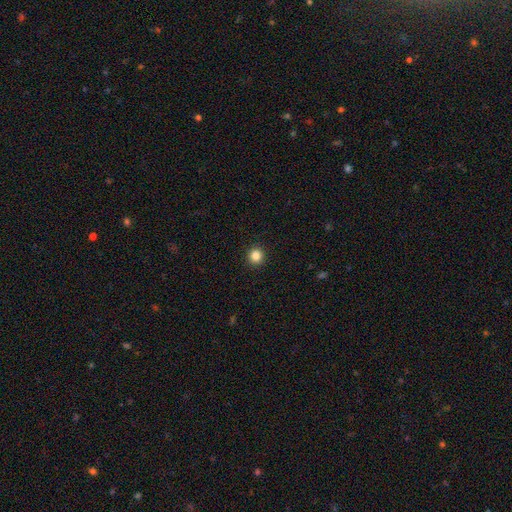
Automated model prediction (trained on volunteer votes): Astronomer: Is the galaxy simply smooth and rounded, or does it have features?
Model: smooth — 85%.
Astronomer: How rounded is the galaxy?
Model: round — 95%.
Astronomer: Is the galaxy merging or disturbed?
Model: none — 93%.